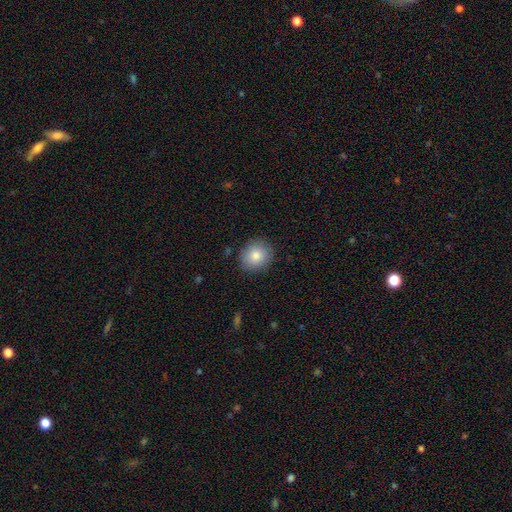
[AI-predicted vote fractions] This is clearly a smooth galaxy (83%). How rounded: likely round (79%). Merging: clearly none (88%).